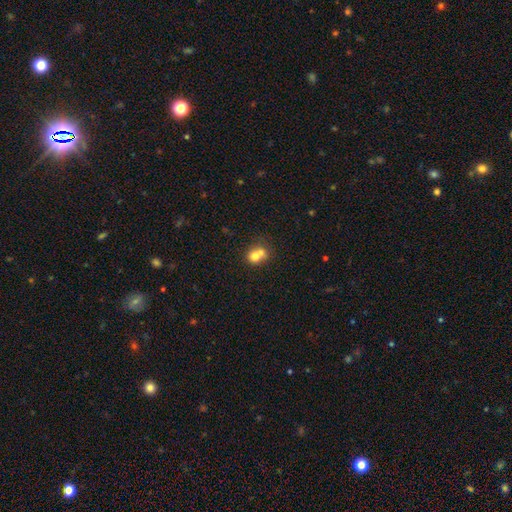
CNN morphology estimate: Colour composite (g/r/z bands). It shows a smooth galaxy with no disk features (71%) that is round (70%). Merging: merger (62%).